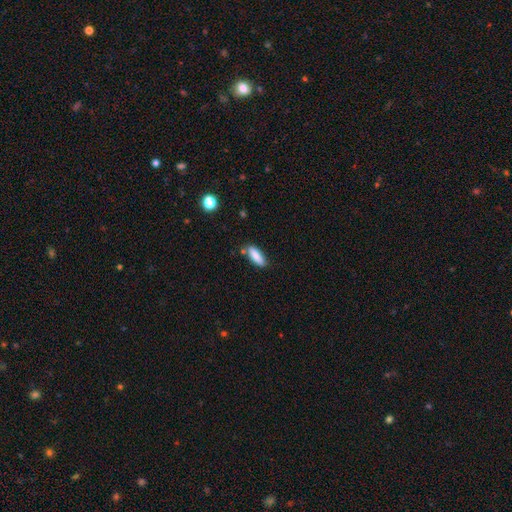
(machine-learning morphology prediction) Smooth or featured? Predicted: smooth (p=0.86). How rounded? Predicted: in between (p=0.60). Merging? Predicted: none (p=0.78).